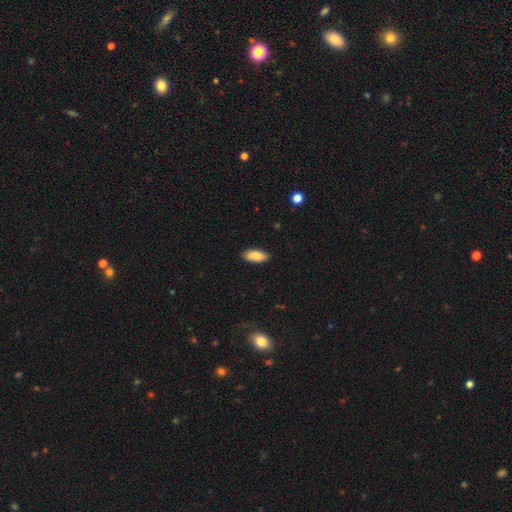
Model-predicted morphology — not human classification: smooth-or-featured: smooth: 86% | featured or disk: 8% | star or artifact: 6%
  how-rounded: in between: 87% | cigar-shaped: 11% | round: 2%
  merging: none: 88% | minor disturbance: 9% | major disturbance: 2% | merger: 1%